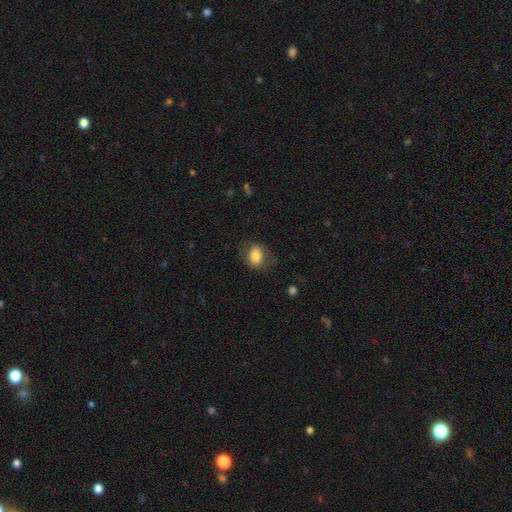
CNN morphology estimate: smooth-or-featured: smooth: 79% | featured or disk: 13% | star or artifact: 8%
  how-rounded: in between: 70% | round: 29% | cigar-shaped: 1%
  merging: none: 71% | minor disturbance: 18% | major disturbance: 9% | merger: 1%